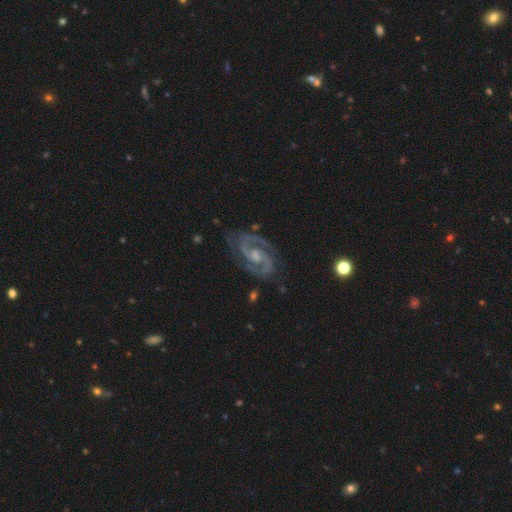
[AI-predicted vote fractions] Q: Smooth or featured?
A: featured or disk (94%); runner-up: star or artifact (4%)
Q: Edge-on disk?
A: no (98%); runner-up: yes (2%)
Q: Bar?
A: weak (47%); runner-up: no (37%)
Q: Spiral arms?
A: yes (99%); runner-up: no (1%)
Q: Spiral winding?
A: medium (57%); runner-up: tight (36%)
Q: Spiral arm count?
A: 2 (93%); runner-up: 3 (2%)
Q: Bulge size?
A: small (43%); runner-up: moderate (41%)
Q: Merging?
A: none (79%); runner-up: minor disturbance (15%)